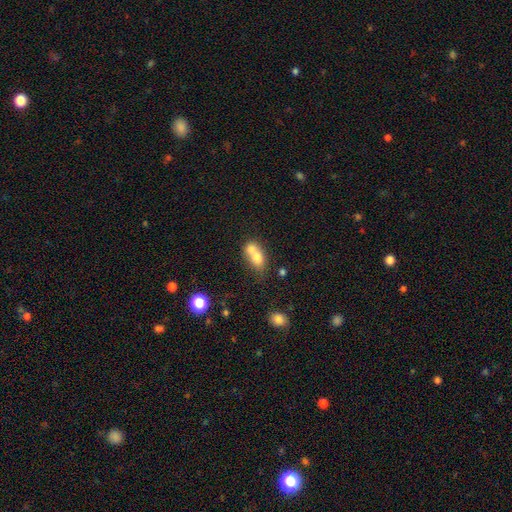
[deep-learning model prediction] Smooth or featured?
  - smooth: 70% *
  - featured or disk: 21%
  - star or artifact: 9%
How rounded?
  - in between: 59% *
  - round: 38%
  - cigar-shaped: 3%
Merging?
  - merger: 71% *
  - none: 19%
  - minor disturbance: 7%
  - major disturbance: 4%